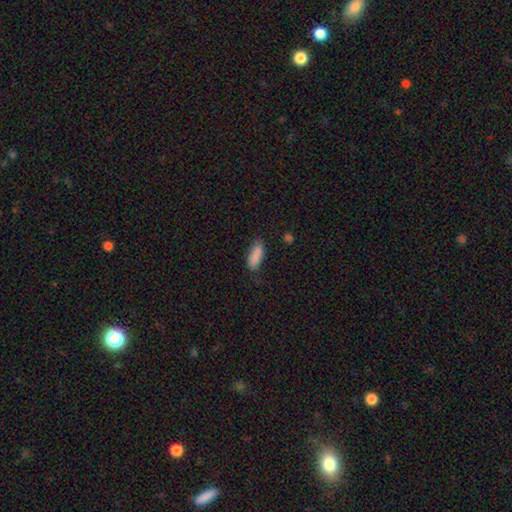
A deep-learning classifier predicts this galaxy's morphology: Smooth or featured: smooth — 87% (star or artifact — 7%)
How rounded: in between — 72% (cigar-shaped — 26%)
Merging: none — 74% (minor disturbance — 20%)